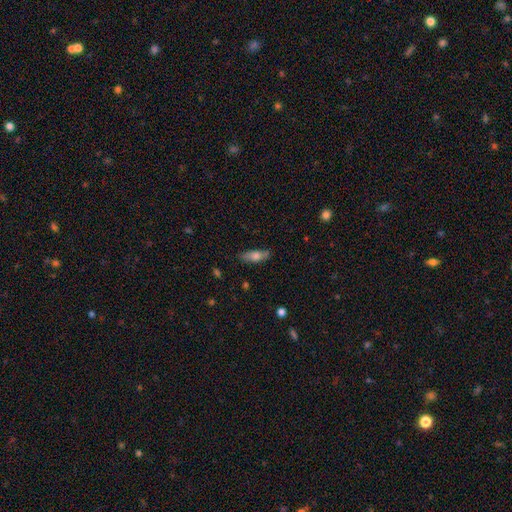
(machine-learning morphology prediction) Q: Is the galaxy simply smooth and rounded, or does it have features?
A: smooth — 67%.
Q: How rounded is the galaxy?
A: in between — 59%.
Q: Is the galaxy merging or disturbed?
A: none — 70%.